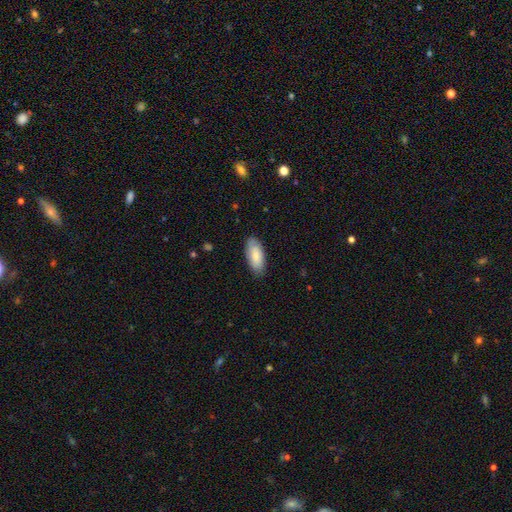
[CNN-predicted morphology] smooth-or-featured: smooth: 84% | featured or disk: 10% | star or artifact: 6%
  how-rounded: in between: 88% | cigar-shaped: 10% | round: 2%
  merging: none: 84% | minor disturbance: 13% | major disturbance: 2% | merger: 1%